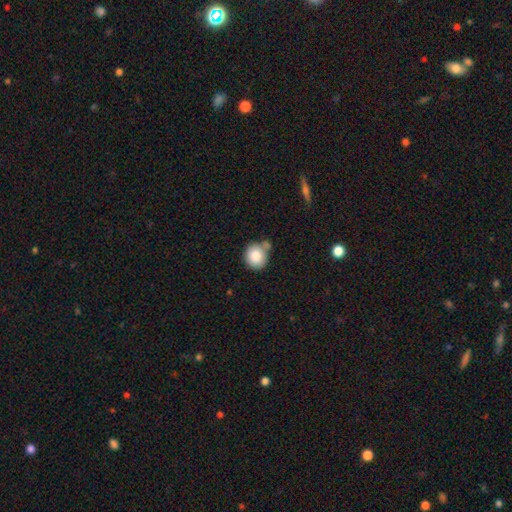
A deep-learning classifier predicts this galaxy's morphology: smooth-or-featured: smooth: 84% | star or artifact: 8% | featured or disk: 8%
  how-rounded: round: 82% | in between: 17% | cigar-shaped: 1%
  merging: none: 59% | merger: 19% | minor disturbance: 17% | major disturbance: 4%